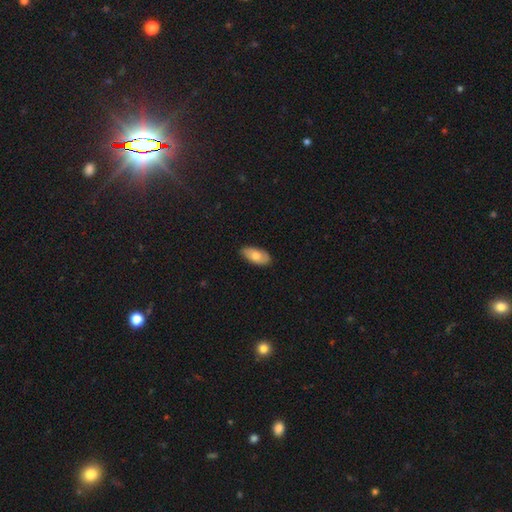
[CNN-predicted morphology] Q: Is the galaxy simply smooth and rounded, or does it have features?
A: smooth — 69%.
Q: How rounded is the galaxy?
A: in between — 92%.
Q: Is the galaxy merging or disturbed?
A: none — 82%.